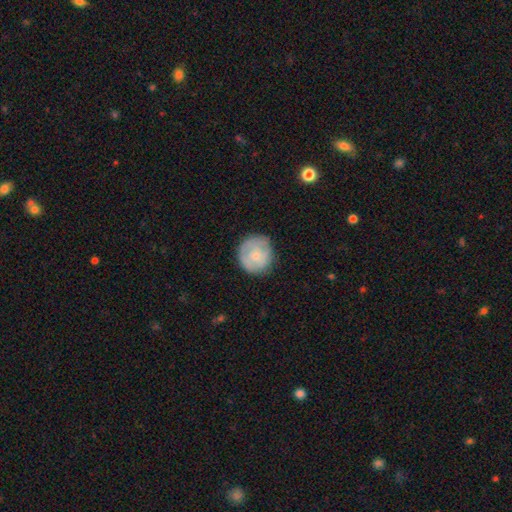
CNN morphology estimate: Overall: smooth (60%; featured or disk 34%). How rounded: round (91%). Merging: none (78%).